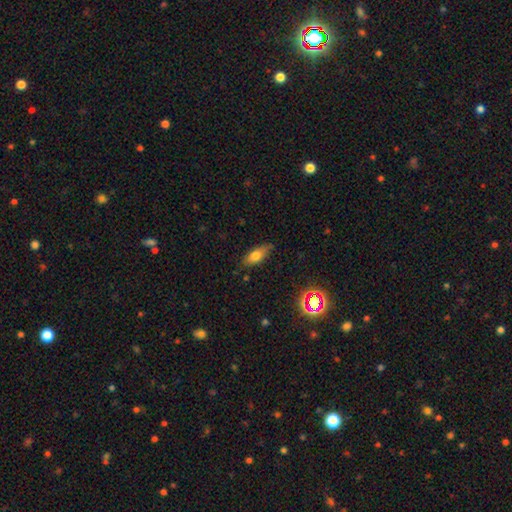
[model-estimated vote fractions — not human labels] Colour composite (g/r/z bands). It shows a smooth galaxy with no disk features (70%) that is in between round and cigar-shaped (72%). Merging: none (77%).